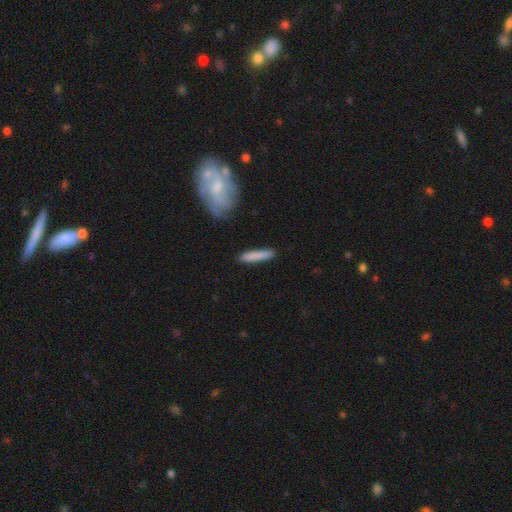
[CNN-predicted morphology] smooth 82%, featured or disk 12%, star or artifact 5%. Down the decision tree: how rounded — cigar-shaped (89%); merging — none (87%).